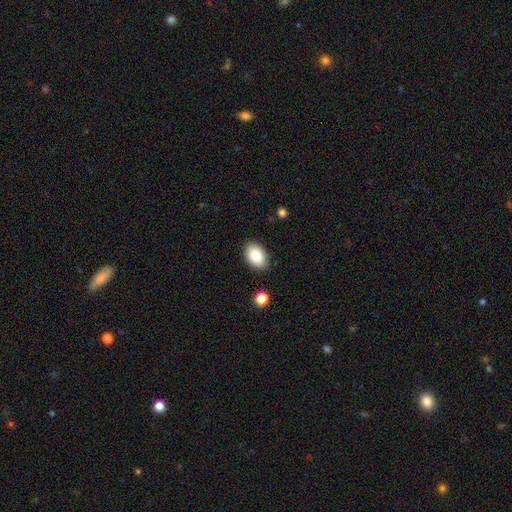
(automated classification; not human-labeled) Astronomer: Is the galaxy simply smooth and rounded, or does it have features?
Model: smooth — 85%.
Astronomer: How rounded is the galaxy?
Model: in between — 89%.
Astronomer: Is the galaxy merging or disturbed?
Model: none — 87%.